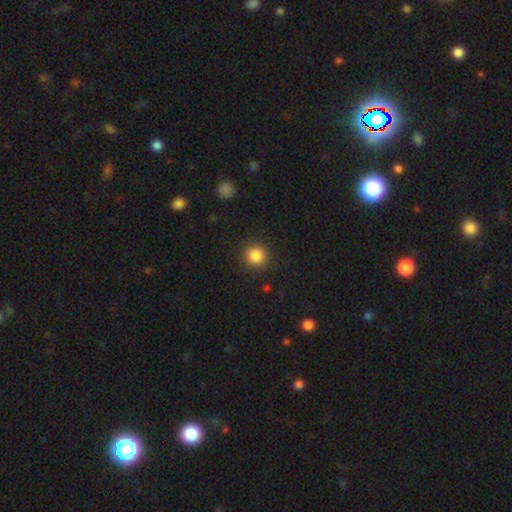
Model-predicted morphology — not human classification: Smooth or featured?
  - smooth: 85% *
  - star or artifact: 11%
  - featured or disk: 5%
How rounded?
  - round: 94% *
  - in between: 5%
  - cigar-shaped: 1%
Merging?
  - none: 90% *
  - minor disturbance: 6%
  - major disturbance: 2%
  - merger: 1%